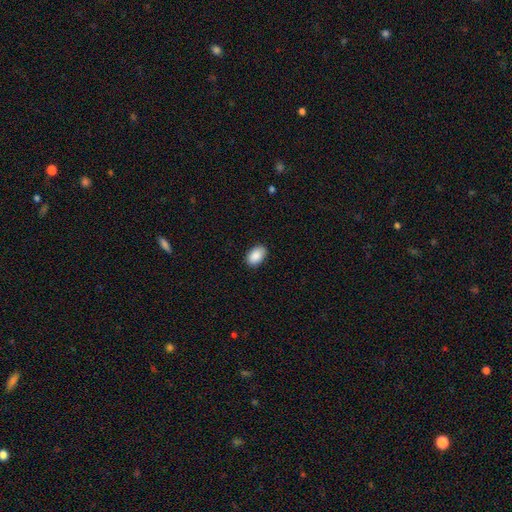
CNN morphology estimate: Smooth or featured: smooth — 90% (star or artifact — 7%)
How rounded: in between — 92% (round — 7%)
Merging: none — 88% (minor disturbance — 9%)